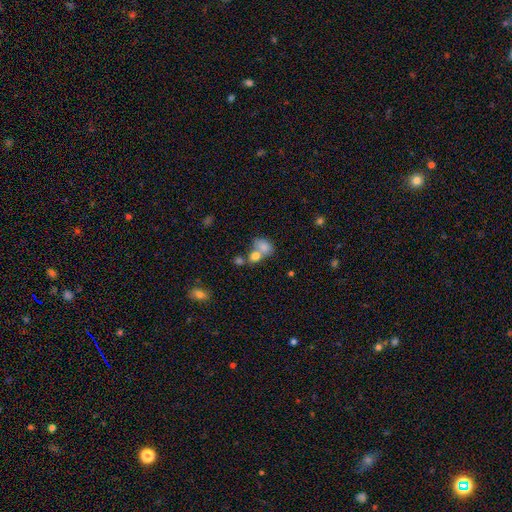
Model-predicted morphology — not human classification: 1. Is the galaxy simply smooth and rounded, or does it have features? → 76% smooth, 13% featured or disk, 11% star or artifact.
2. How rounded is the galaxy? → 64% in between, 34% round, 2% cigar-shaped.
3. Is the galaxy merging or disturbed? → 59% merger, 27% none, 9% minor disturbance, 5% major disturbance.